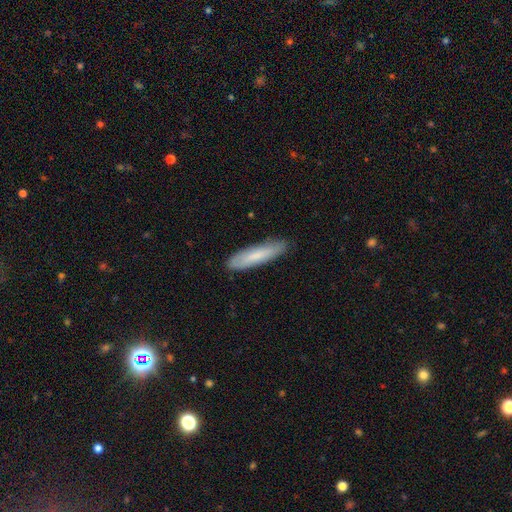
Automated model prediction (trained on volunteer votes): Smooth or featured?
  - smooth: 75% *
  - featured or disk: 19%
  - star or artifact: 6%
How rounded?
  - cigar-shaped: 79% *
  - in between: 20%
  - round: 1%
Merging?
  - none: 86% *
  - minor disturbance: 11%
  - major disturbance: 2%
  - merger: 1%